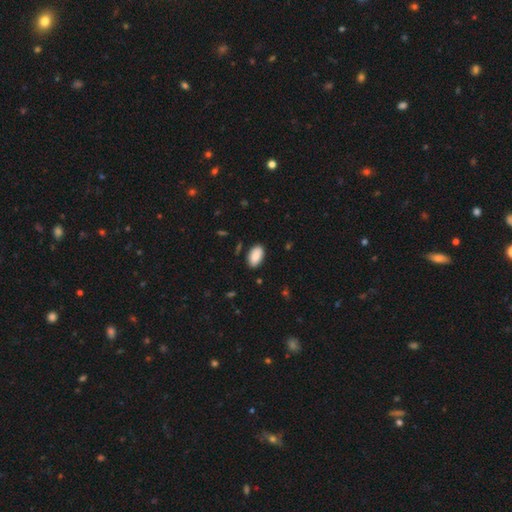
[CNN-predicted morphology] type=smooth (88%); roundness=in between (95%); merging=none (86%).